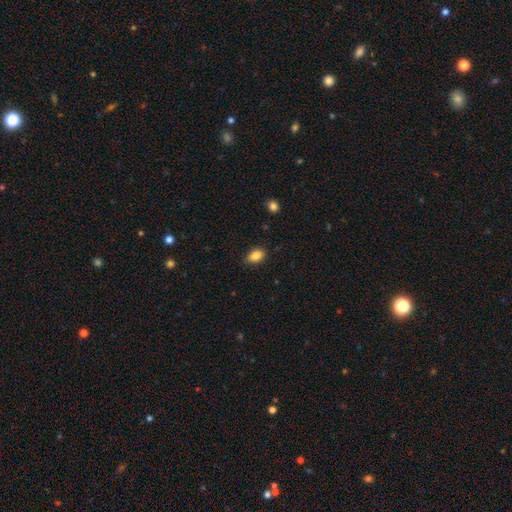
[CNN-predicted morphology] This is clearly a smooth galaxy (85%). How rounded: clearly in between (83%). Merging: clearly none (84%).